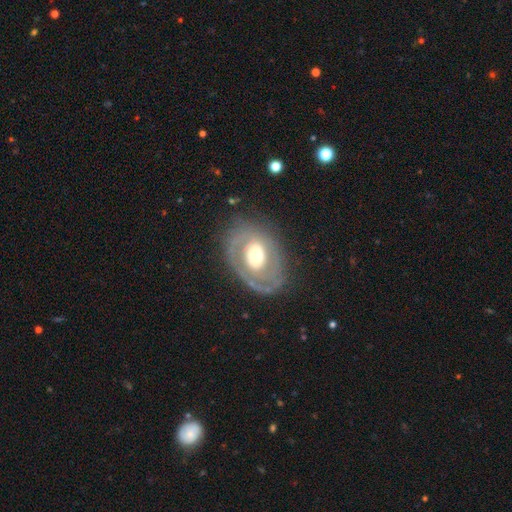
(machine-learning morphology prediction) featured or disk 66%, smooth 27%, star or artifact 6%. Down the decision tree: edge-on disk — no (95%); bar — no (73%); spiral arms — no (51%); bulge size — moderate (61%); merging — none (69%).